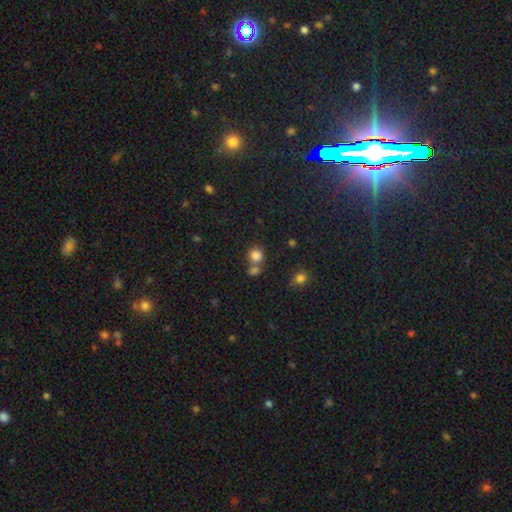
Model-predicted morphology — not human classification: Q: Smooth or featured?
A: smooth (81%); runner-up: star or artifact (13%)
Q: How rounded?
A: round (84%); runner-up: in between (15%)
Q: Merging?
A: none (55%); runner-up: merger (33%)